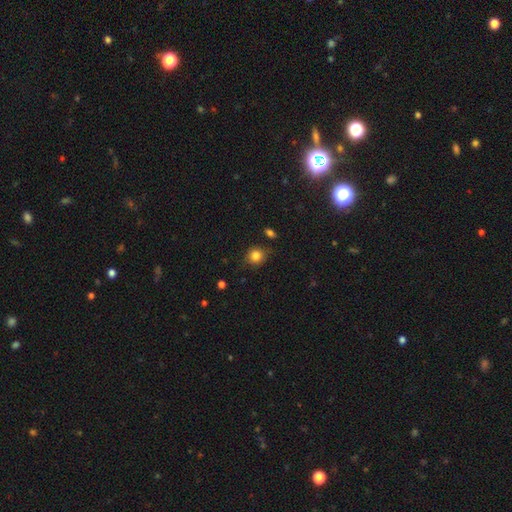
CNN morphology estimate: Smooth or featured?
  - smooth: 83% *
  - star or artifact: 11%
  - featured or disk: 6%
How rounded?
  - round: 81% *
  - in between: 18%
  - cigar-shaped: 1%
Merging?
  - none: 76% *
  - minor disturbance: 17%
  - major disturbance: 4%
  - merger: 3%